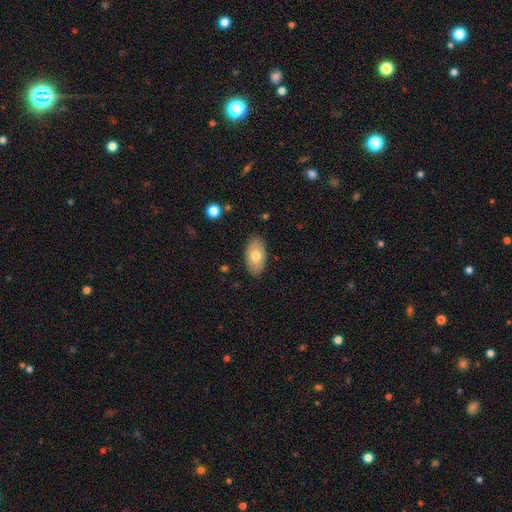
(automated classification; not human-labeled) Overall: smooth (73%). How rounded: in between (94%). Merging: none (86%).